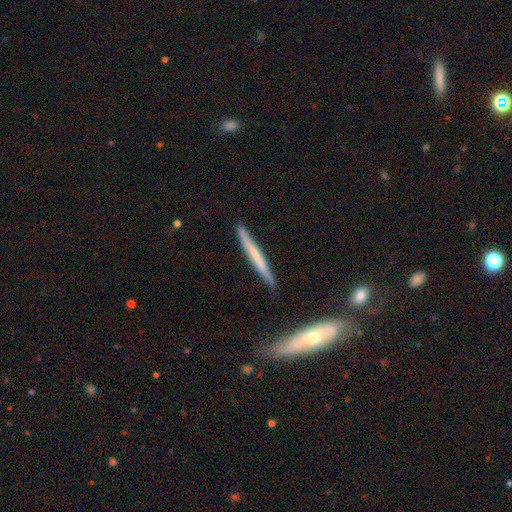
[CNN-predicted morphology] The model was most divided on "smooth or featured": featured or disk: 49%, smooth: 46%, star or artifact: 5%. More confident: merging — none (84%).